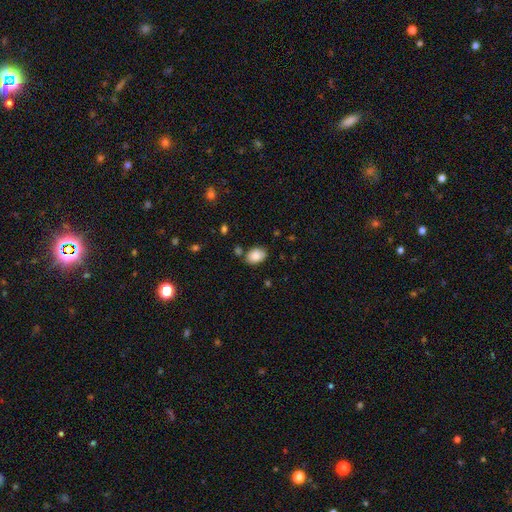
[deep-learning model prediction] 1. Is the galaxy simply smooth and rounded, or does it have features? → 86% smooth, 8% star or artifact, 6% featured or disk.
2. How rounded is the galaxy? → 82% in between, 17% round, 1% cigar-shaped.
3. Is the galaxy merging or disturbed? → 77% none, 14% minor disturbance, 6% merger, 3% major disturbance.